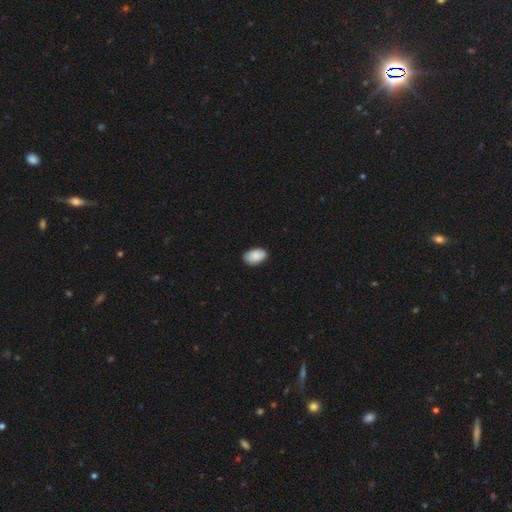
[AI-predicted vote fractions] Morphology: type=smooth (89%); roundness=in between (92%); merging=none (84%).